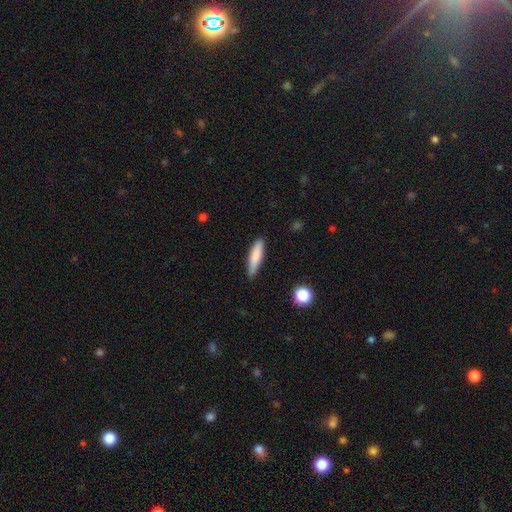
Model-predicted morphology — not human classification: smooth-or-featured: smooth: 80% | featured or disk: 14% | star or artifact: 6%
  how-rounded: cigar-shaped: 77% | in between: 22% | round: 2%
  merging: none: 81% | minor disturbance: 15% | major disturbance: 2% | merger: 1%